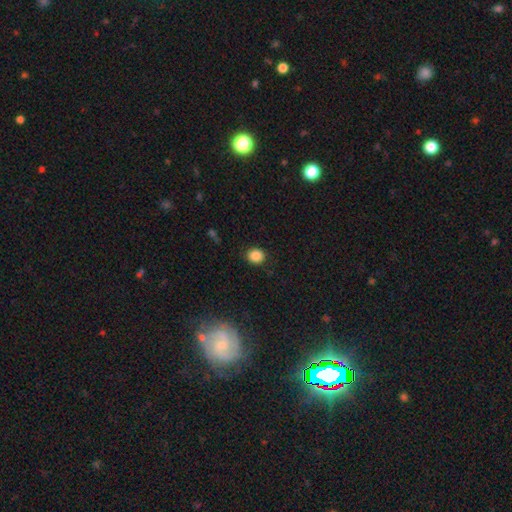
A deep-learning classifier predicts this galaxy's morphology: A smooth galaxy with no disk features (86%) that is round (72%).

Vote fractions:
- Smooth or featured? smooth: 86% / star or artifact: 10% / featured or disk: 4%
- How rounded? round: 72% / in between: 27% / cigar-shaped: 1%
- Merging? none: 87% / minor disturbance: 9% / major disturbance: 3% / merger: 1%